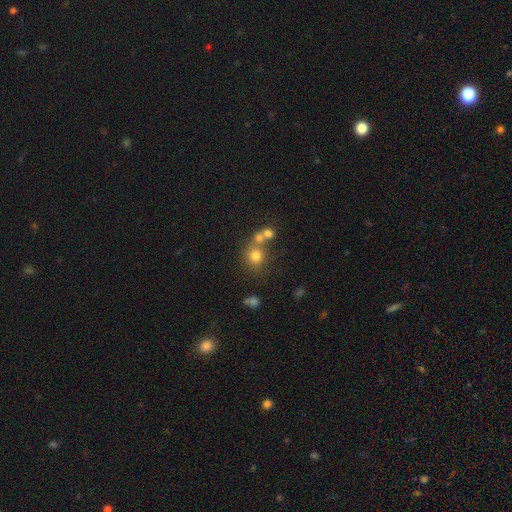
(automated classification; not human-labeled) A smooth galaxy with no disk features (73%) that is round (86%). Merging: none (53%).